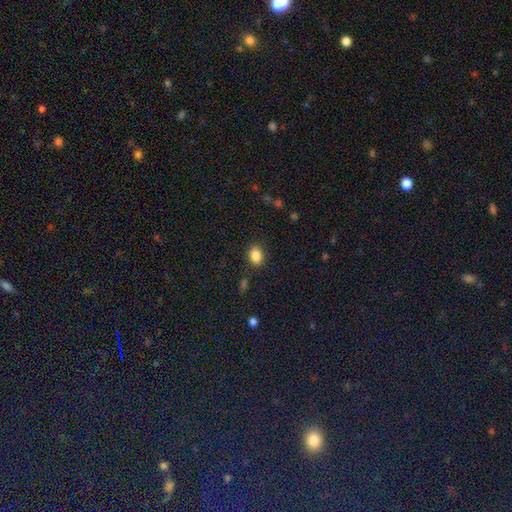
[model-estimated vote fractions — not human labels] Smooth or featured? Predicted: smooth (p=0.86). How rounded? Predicted: in between (p=0.78). Merging? Predicted: none (p=0.86).